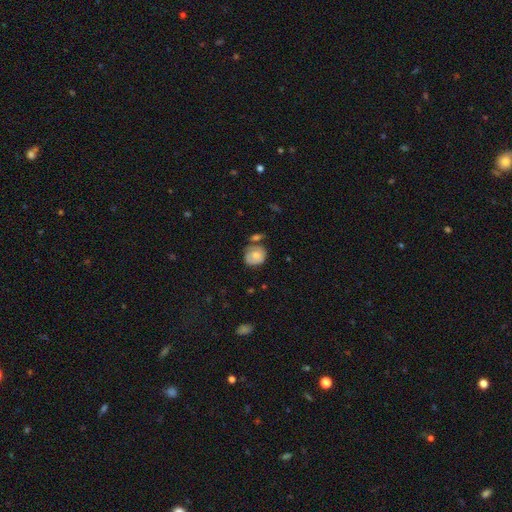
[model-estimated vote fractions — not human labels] A smooth galaxy with no disk features (62%) that is round (71%).

Vote fractions:
- Smooth or featured? smooth: 62% / featured or disk: 31% / star or artifact: 8%
- How rounded? round: 71% / in between: 28% / cigar-shaped: 1%
- Merging? none: 50% / minor disturbance: 25% / merger: 17% / major disturbance: 8%